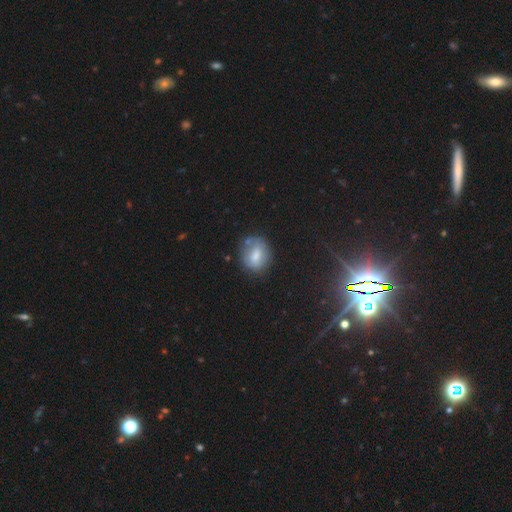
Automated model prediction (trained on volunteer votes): Overall: smooth (67%). How rounded: round (62%; in between 37%). Merging: none (63%; minor disturbance 24%).